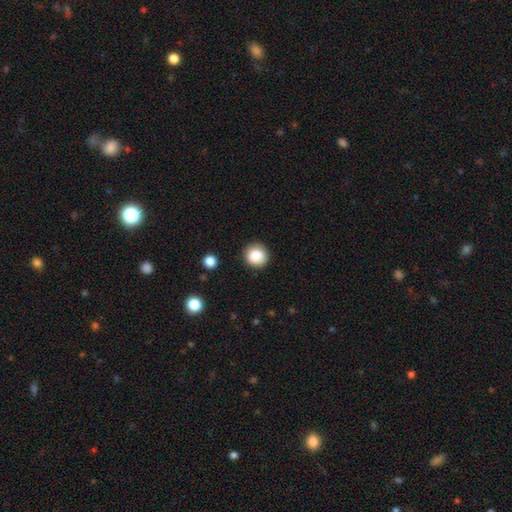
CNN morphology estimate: Overall: smooth (85%). How rounded: round (92%). Merging: none (88%).